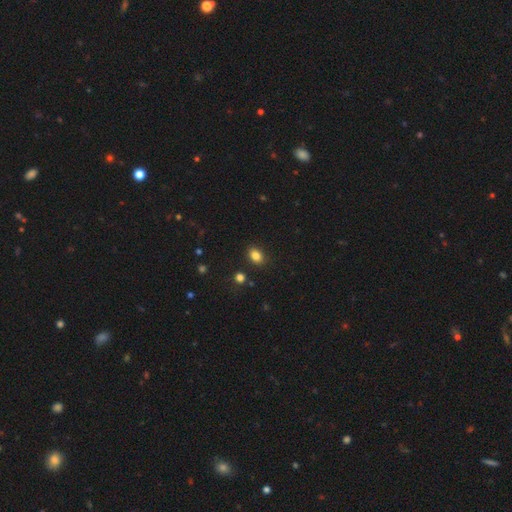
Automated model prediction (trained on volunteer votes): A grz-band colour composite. It shows a smooth galaxy with no disk features (84%) that is in between round and cigar-shaped (74%). Merging: none (86%).